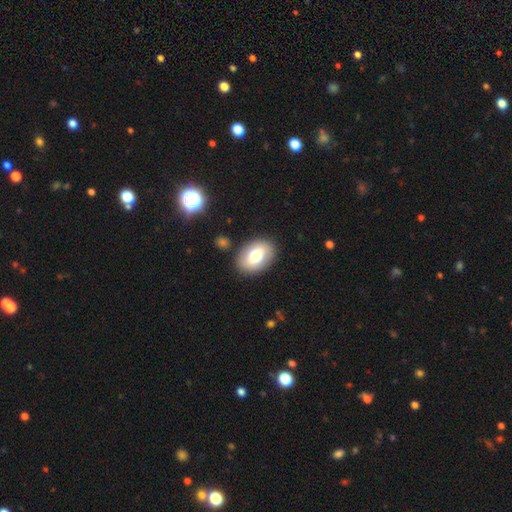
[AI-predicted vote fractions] smooth 71%, featured or disk 22%, star or artifact 7%. Down the decision tree: how rounded — in between (82%); merging — none (86%).